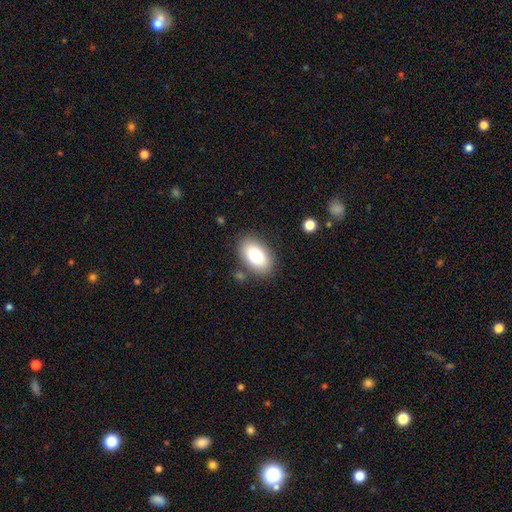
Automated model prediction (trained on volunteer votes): Smooth or featured? Predicted: smooth (p=0.80). How rounded? Predicted: in between (p=0.93). Merging? Predicted: none (p=0.83).